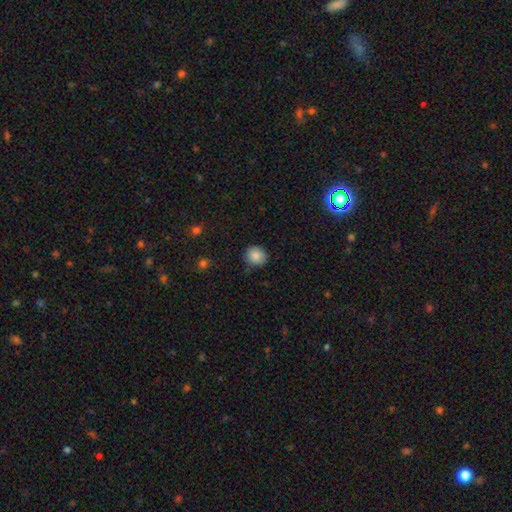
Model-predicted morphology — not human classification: smooth 87%, star or artifact 9%, featured or disk 4%. Down the decision tree: how rounded — round (83%); merging — none (83%).